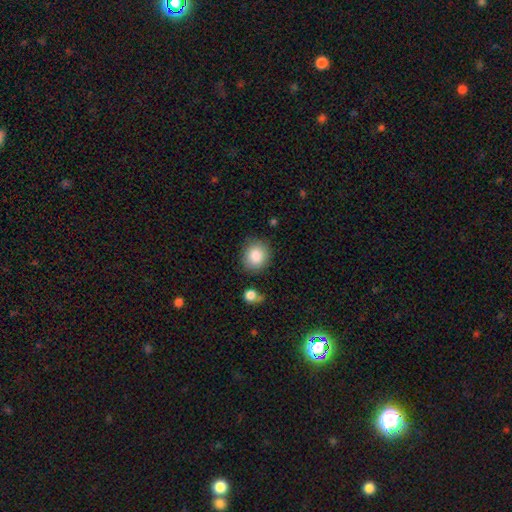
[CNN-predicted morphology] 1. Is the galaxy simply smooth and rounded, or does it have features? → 85% smooth, 8% star or artifact, 6% featured or disk.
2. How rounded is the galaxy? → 79% round, 20% in between, 1% cigar-shaped.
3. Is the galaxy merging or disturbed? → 82% none, 12% minor disturbance, 3% merger, 3% major disturbance.